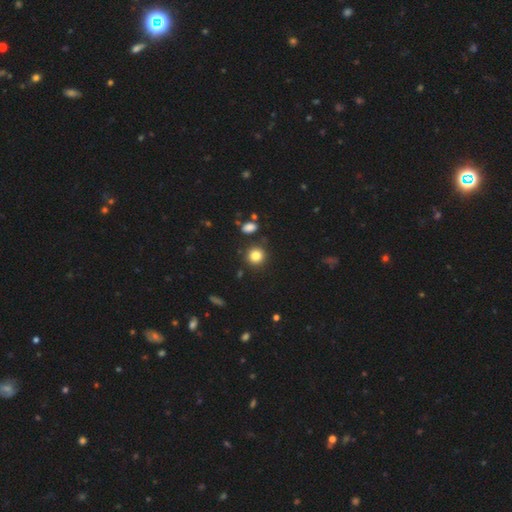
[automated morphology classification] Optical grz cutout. It shows a smooth galaxy with no disk features (83%) that is round (89%). Merging: none (86%).